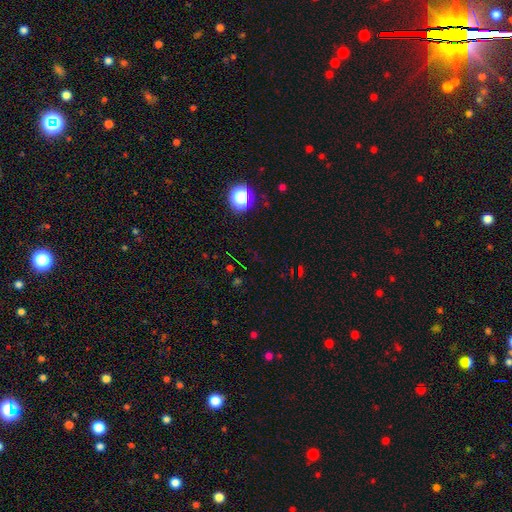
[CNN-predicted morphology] A star or artifact, not a galaxy (69%).